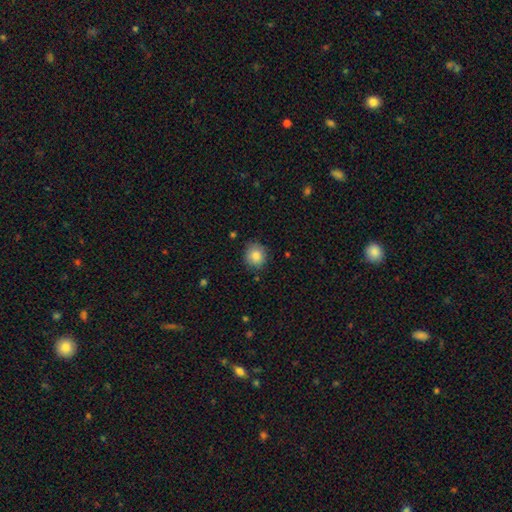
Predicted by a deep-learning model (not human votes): The model was most divided on "how rounded": round: 82%, in between: 17%, cigar-shaped: 1%. More confident: smooth or featured — smooth (86%); merging — none (83%).